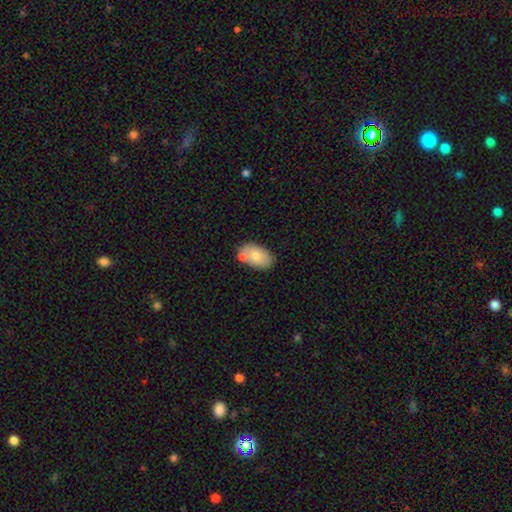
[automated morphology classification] Smooth or featured: smooth — 73% (featured or disk — 20%)
How rounded: in between — 91% (round — 8%)
Merging: none — 62% (merger — 18%)